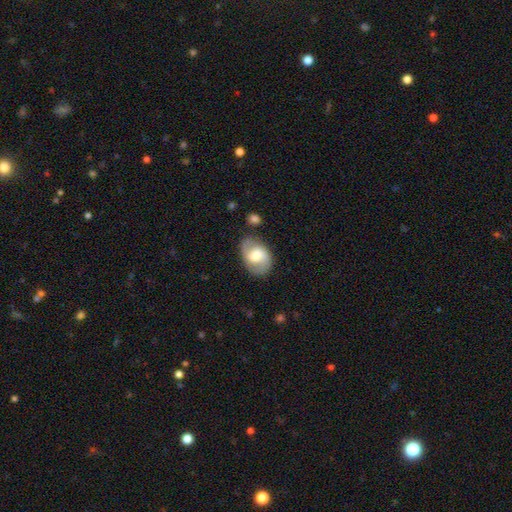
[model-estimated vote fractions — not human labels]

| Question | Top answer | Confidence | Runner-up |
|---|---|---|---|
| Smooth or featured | featured or disk | 58% | smooth (36%) |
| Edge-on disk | no | 96% | yes (4%) |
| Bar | weak | 52% | no (29%) |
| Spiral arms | yes | 81% | no (19%) |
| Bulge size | moderate | 54% | large (25%) |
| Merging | none | 75% | minor disturbance (17%) |